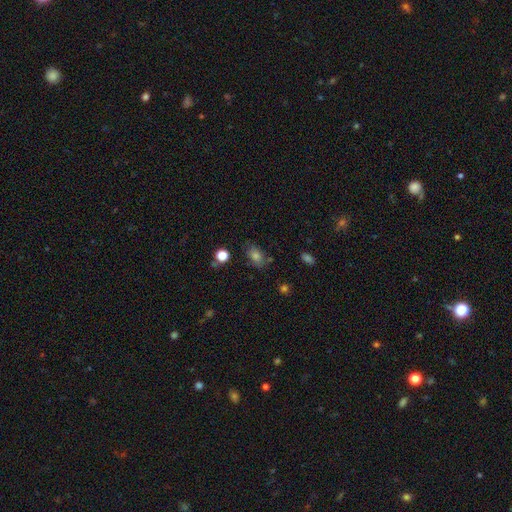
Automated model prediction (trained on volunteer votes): Q: Smooth or featured?
A: smooth (70%); runner-up: star or artifact (18%)
Q: How rounded?
A: in between (78%); runner-up: round (20%)
Q: Merging?
A: none (74%); runner-up: minor disturbance (17%)